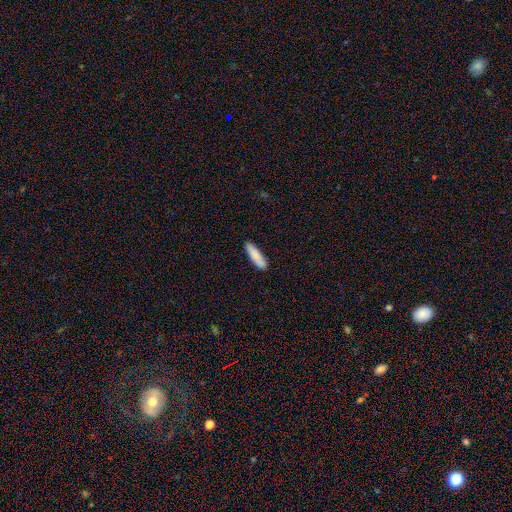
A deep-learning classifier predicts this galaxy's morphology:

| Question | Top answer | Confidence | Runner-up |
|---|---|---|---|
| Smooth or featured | smooth | 85% | featured or disk (9%) |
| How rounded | cigar-shaped | 68% | in between (30%) |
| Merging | none | 86% | minor disturbance (10%) |